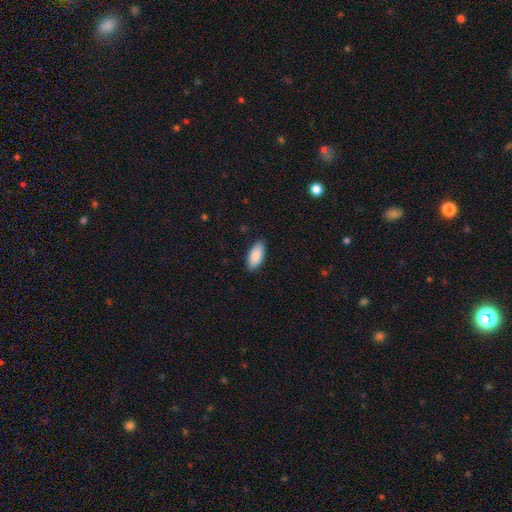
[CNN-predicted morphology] This appears to be a smooth galaxy with no disk features (89%) that is in between round and cigar-shaped (90%). Merging: none (87%).